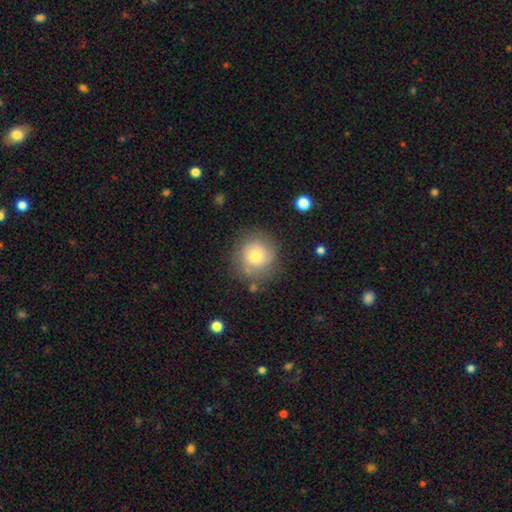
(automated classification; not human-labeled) Smooth or featured?
  - smooth: 63% *
  - featured or disk: 28%
  - star or artifact: 9%
How rounded?
  - round: 91% *
  - in between: 8%
  - cigar-shaped: 1%
Merging?
  - none: 76% *
  - minor disturbance: 15%
  - major disturbance: 6%
  - merger: 3%